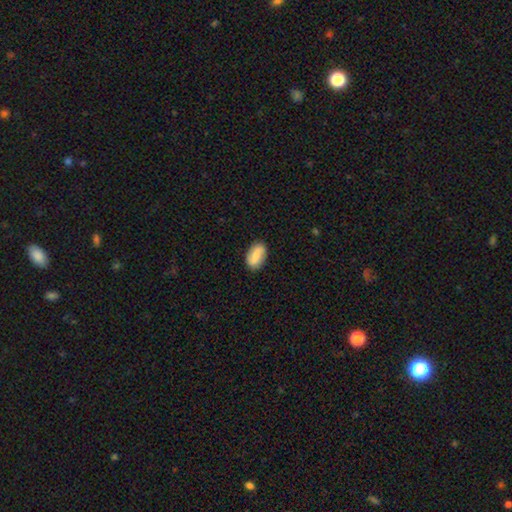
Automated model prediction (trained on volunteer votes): This appears to be a smooth galaxy with no disk features (62%) that is in between round and cigar-shaped (91%). Merging: none (86%).